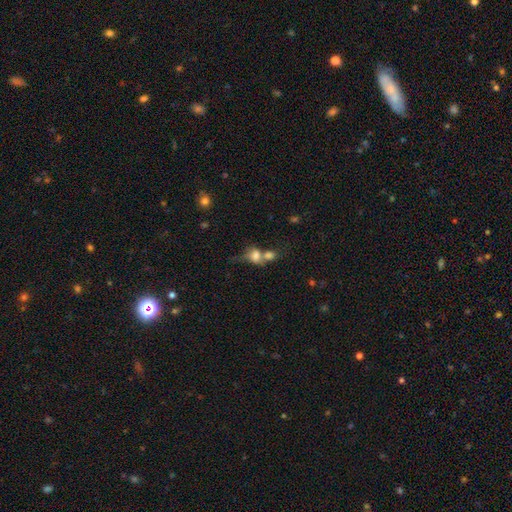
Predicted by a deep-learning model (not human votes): smooth_or_featured: smooth (p=0.71) [alt: featured or disk p=0.18]
how_rounded: in between (p=0.51) [alt: round p=0.47]
merging: merger (p=0.63) [alt: none p=0.20]